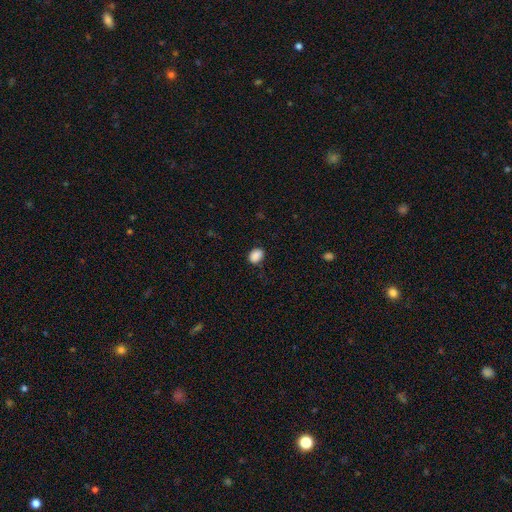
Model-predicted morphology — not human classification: Q: Smooth or featured?
A: smooth (89%); runner-up: star or artifact (9%)
Q: How rounded?
A: in between (67%); runner-up: round (32%)
Q: Merging?
A: none (80%); runner-up: minor disturbance (16%)